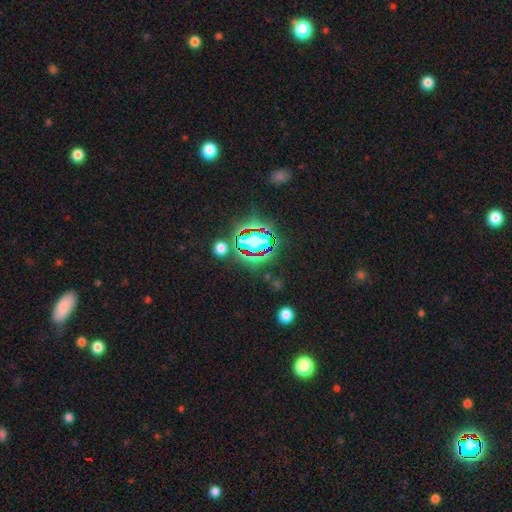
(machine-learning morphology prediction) type=star or artifact (82%).